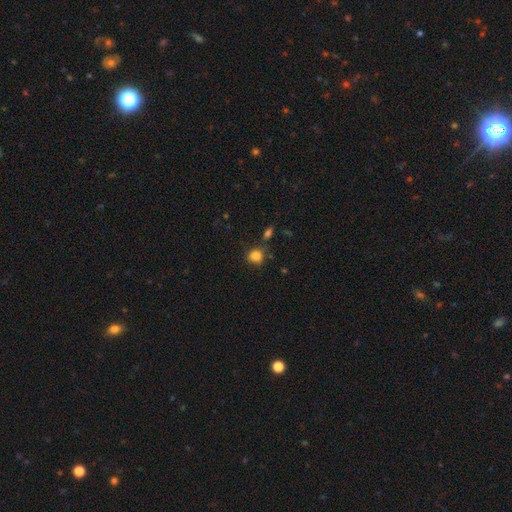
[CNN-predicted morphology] Smooth or featured?
  - smooth: 83% *
  - star or artifact: 12%
  - featured or disk: 5%
How rounded?
  - round: 75% *
  - in between: 23%
  - cigar-shaped: 1%
Merging?
  - none: 71% *
  - minor disturbance: 17%
  - merger: 8%
  - major disturbance: 5%